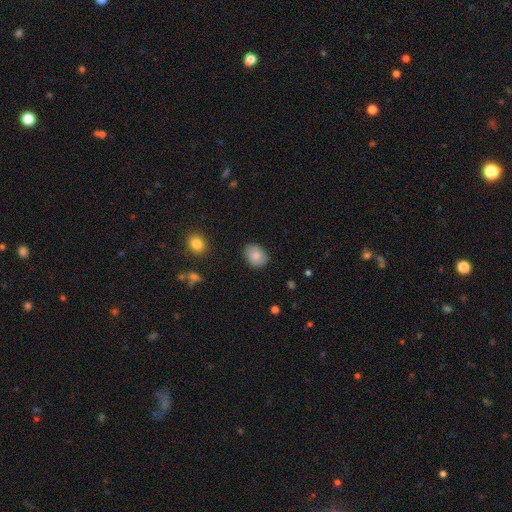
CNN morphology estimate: Smooth or featured? Predicted: smooth (p=0.81). How rounded? Predicted: in between (p=0.62). Merging? Predicted: none (p=0.81).